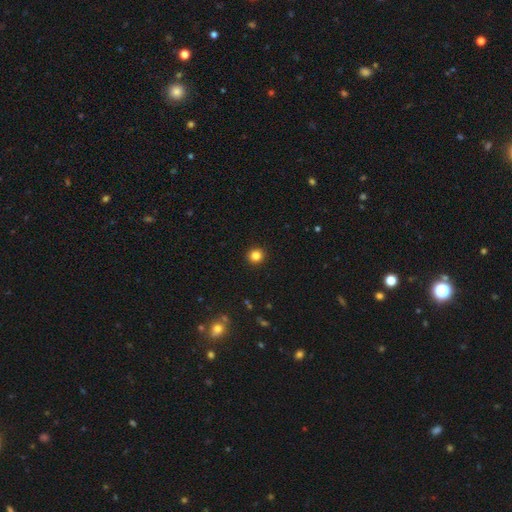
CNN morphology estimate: Smooth or featured? smooth (83%)
How rounded? round (94%)
Merging? none (93%)